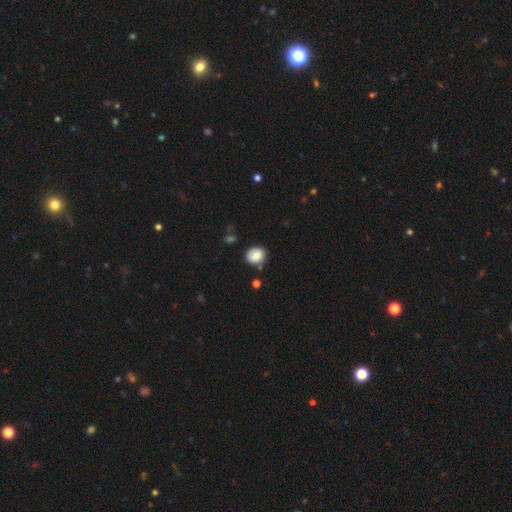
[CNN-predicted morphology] A smooth galaxy with no disk features (83%) that is round (67%).

Vote fractions:
- Smooth or featured? smooth: 83% / featured or disk: 9% / star or artifact: 8%
- How rounded? round: 67% / in between: 32% / cigar-shaped: 1%
- Merging? none: 75% / minor disturbance: 17% / merger: 5% / major disturbance: 4%